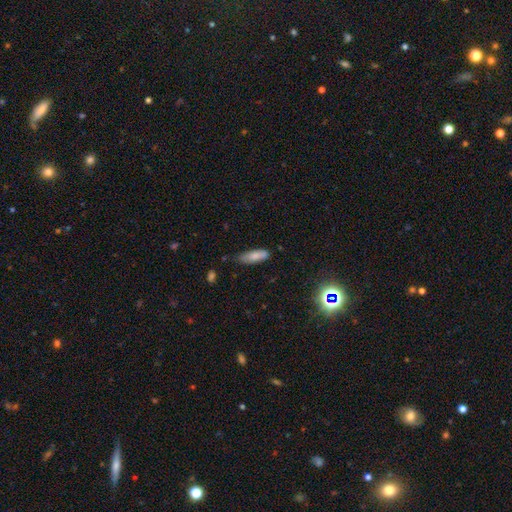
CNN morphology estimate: Smooth or featured: smooth — 79% (featured or disk — 13%)
How rounded: in between — 53% (cigar-shaped — 45%)
Merging: none — 64% (minor disturbance — 28%)